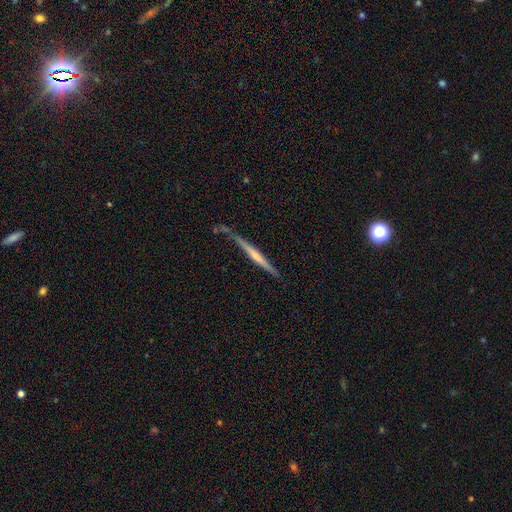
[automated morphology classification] smooth-or-featured: featured or disk: 56% | smooth: 39% | star or artifact: 6%
  disk-edge-on: yes: 97% | no: 3%
    edge-on-bulge: none: 54% | rounded: 37% | boxy: 9%
  merging: none: 73% | minor disturbance: 18% | major disturbance: 4% | merger: 4%